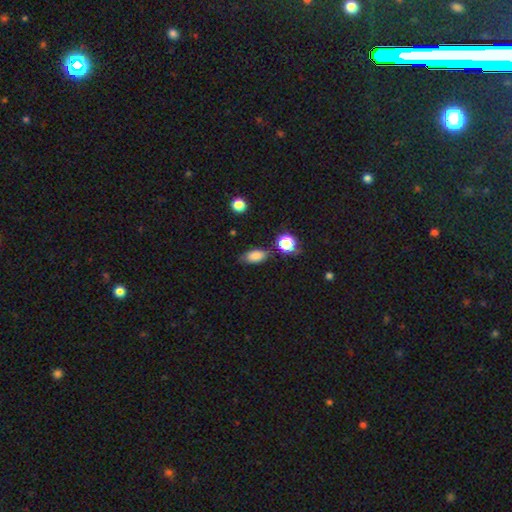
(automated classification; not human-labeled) A smooth galaxy with no disk features (82%) that is in between round and cigar-shaped (86%).

Vote fractions:
- Smooth or featured? smooth: 82% / star or artifact: 11% / featured or disk: 7%
- How rounded? in between: 86% / round: 9% / cigar-shaped: 5%
- Merging? none: 74% / minor disturbance: 17% / merger: 5% / major disturbance: 4%